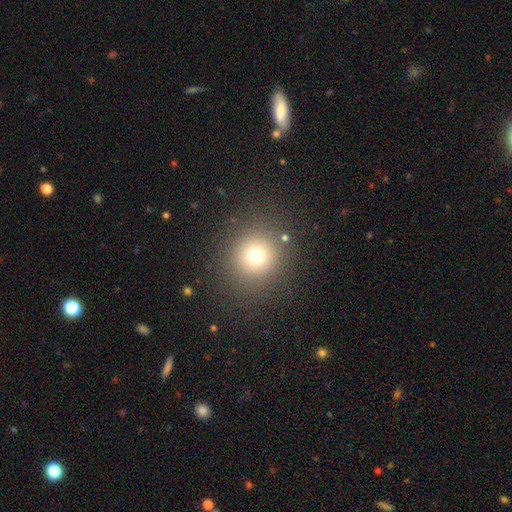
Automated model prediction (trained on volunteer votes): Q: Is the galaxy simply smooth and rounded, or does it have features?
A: smooth — 70%.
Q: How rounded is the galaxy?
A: round — 93%.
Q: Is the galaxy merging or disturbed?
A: none — 86%.